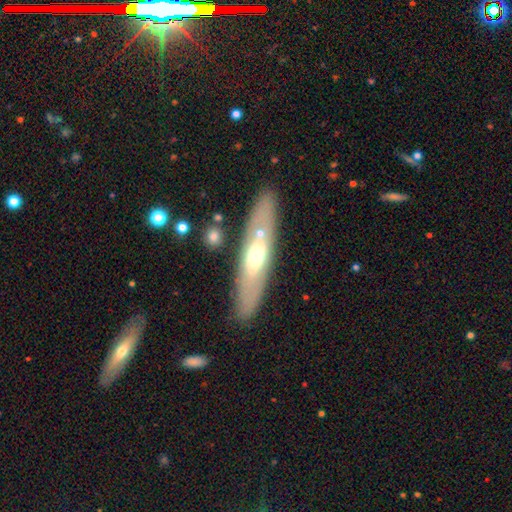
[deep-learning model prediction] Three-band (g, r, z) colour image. It shows a featured or disk galaxy (52%) viewed edge-on (55%). Merging: none (83%).